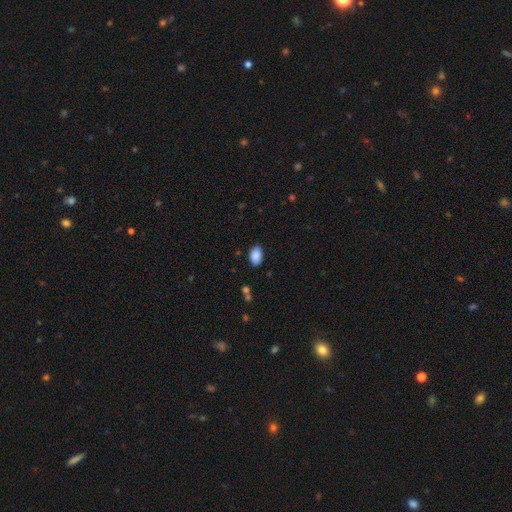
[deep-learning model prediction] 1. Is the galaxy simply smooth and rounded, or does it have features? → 89% smooth, 7% star or artifact, 4% featured or disk.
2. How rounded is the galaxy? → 92% in between, 7% round, 1% cigar-shaped.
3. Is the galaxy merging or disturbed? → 86% none, 10% minor disturbance, 2% major disturbance, 1% merger.